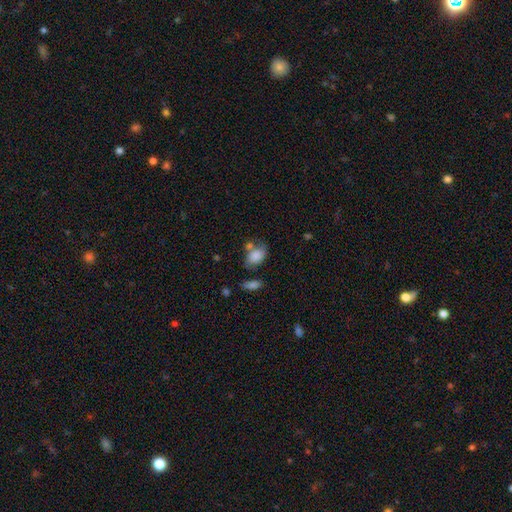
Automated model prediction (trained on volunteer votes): Smooth or featured? smooth (79%)
How rounded? in between (83%)
Merging? none (45%)